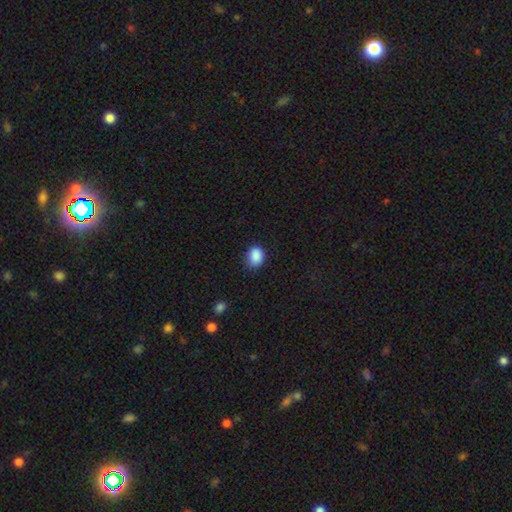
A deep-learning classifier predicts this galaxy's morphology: Smooth or featured?
  - smooth: 88% *
  - star or artifact: 9%
  - featured or disk: 3%
How rounded?
  - in between: 51% *
  - round: 48%
  - cigar-shaped: 1%
Merging?
  - none: 77% *
  - minor disturbance: 18%
  - major disturbance: 4%
  - merger: 1%